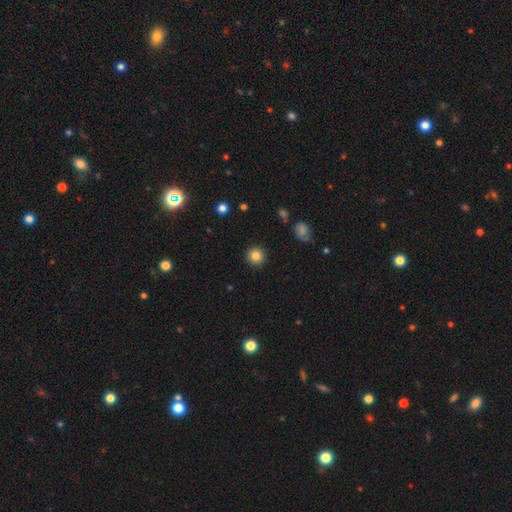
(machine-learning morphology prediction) type=smooth (83%); roundness=round (94%); merging=none (91%).